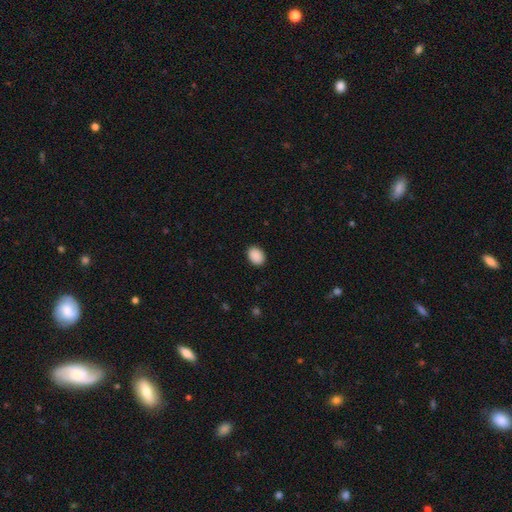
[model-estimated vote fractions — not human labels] Morphology: type=smooth (90%); roundness=in between (70%); merging=none (90%).